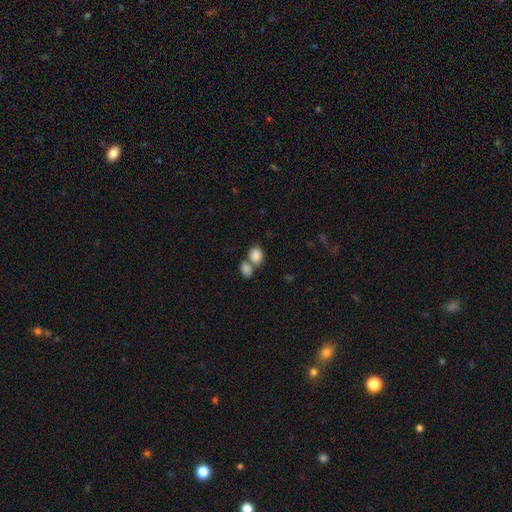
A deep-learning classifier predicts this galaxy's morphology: Smooth or featured? Predicted: smooth (p=0.85). How rounded? Predicted: in between (p=0.60). Merging? Predicted: merger (p=0.57).